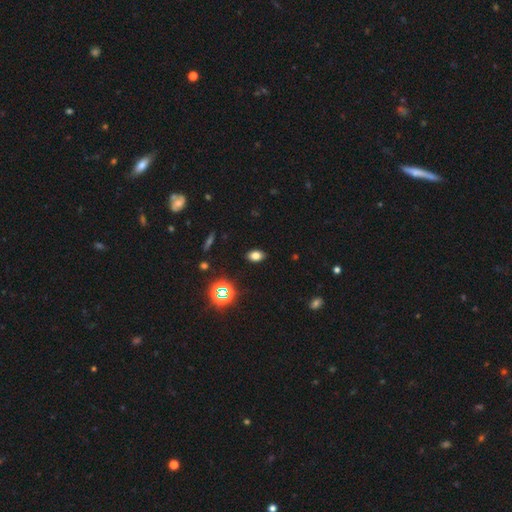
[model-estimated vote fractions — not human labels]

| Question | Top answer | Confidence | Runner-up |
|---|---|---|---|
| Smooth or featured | smooth | 74% | star or artifact (18%) |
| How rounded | in between | 85% | round (13%) |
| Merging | none | 88% | minor disturbance (8%) |